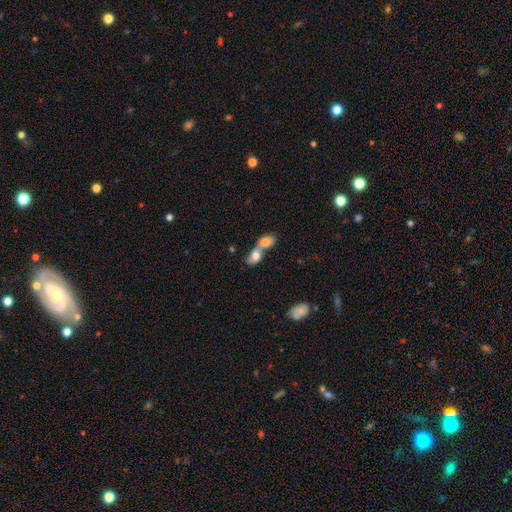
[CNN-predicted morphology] smooth 73%, featured or disk 19%, star or artifact 8%. Down the decision tree: how rounded — in between (74%); merging — merger (81%).